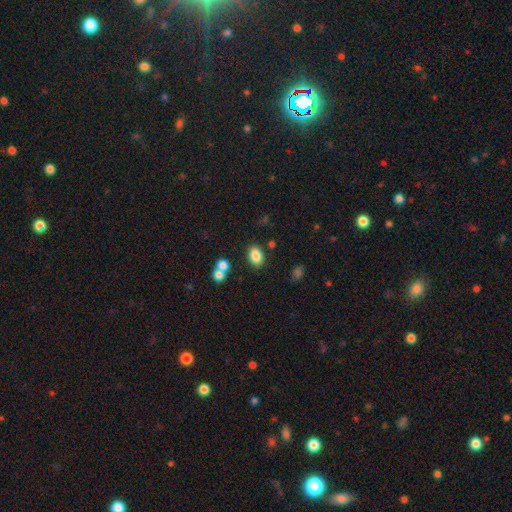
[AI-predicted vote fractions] This is clearly a smooth galaxy (84%). How rounded: clearly in between (81%). Merging: clearly none (80%).